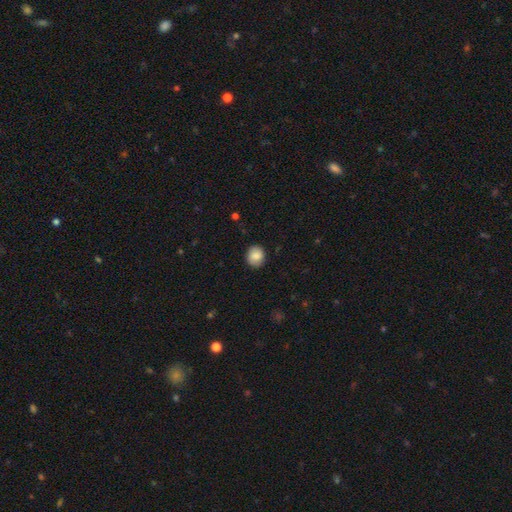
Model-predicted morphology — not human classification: type=smooth (85%); roundness=round (72%); merging=none (87%).